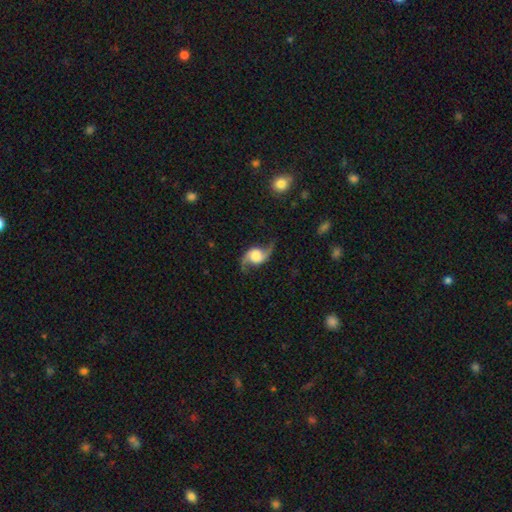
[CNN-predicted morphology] This is clearly a featured or disk galaxy (87%). It is clearly not viewed edge-on (97%). Bar: likely no (65%). Spiral arm pattern: clearly yes (97%). Spiral arm count: clearly 2 (94%). Spiral winding: likely loose (78%). Central bulge: marginally large (41%). Merging: likely none (78%).